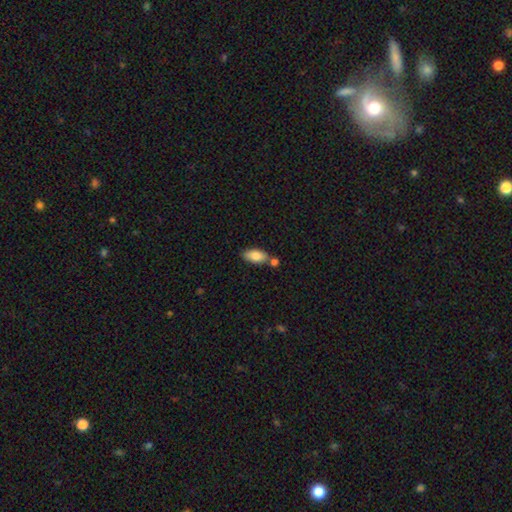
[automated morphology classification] This is clearly a smooth galaxy (82%). How rounded: clearly in between (89%). Merging: likely none (67%).